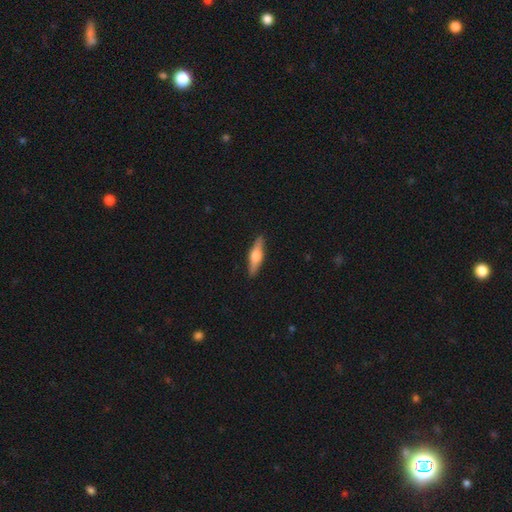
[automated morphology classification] A featured or disk galaxy (49%). Merging: none (90%).